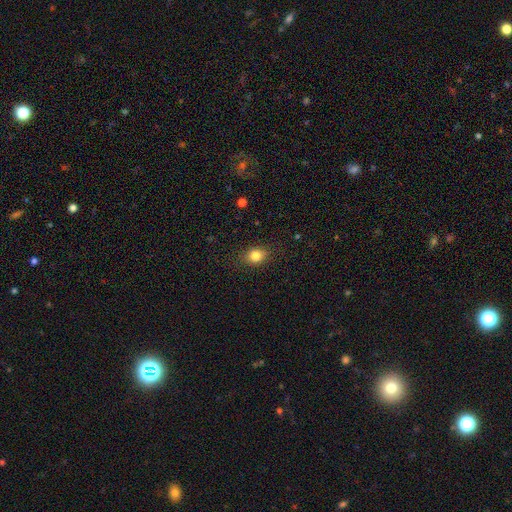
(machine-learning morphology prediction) type=smooth (82%); roundness=round (50%); merging=none (85%).